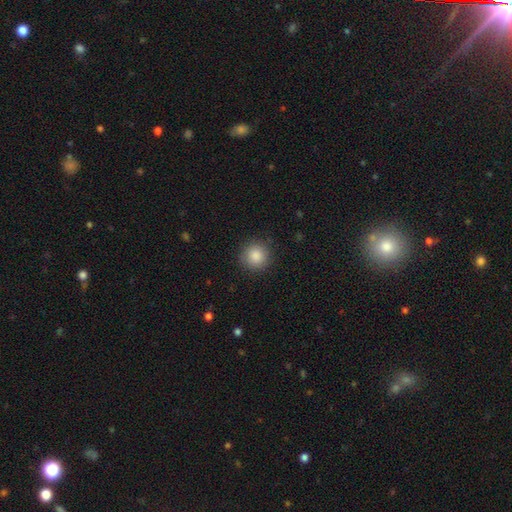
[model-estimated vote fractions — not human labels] smooth-or-featured: smooth: 87% | star or artifact: 9% | featured or disk: 4%
  how-rounded: round: 94% | in between: 5% | cigar-shaped: 1%
  merging: none: 89% | minor disturbance: 8% | major disturbance: 3% | merger: 1%